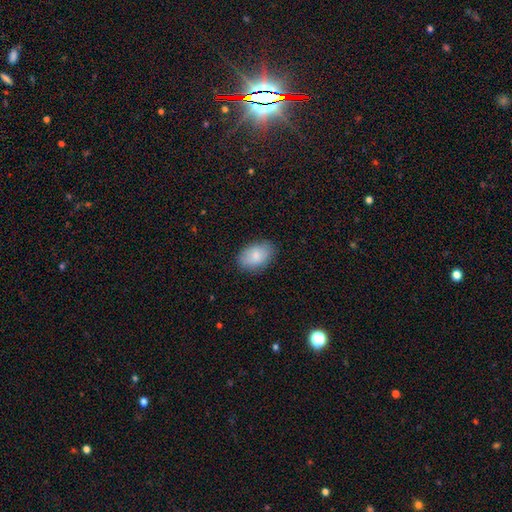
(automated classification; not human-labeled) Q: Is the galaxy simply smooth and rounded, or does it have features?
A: smooth — 83%.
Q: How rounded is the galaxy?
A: in between — 90%.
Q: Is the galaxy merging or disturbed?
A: none — 84%.